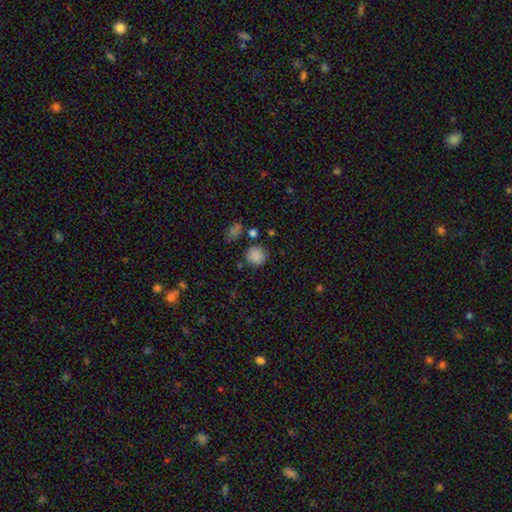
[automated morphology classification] Smooth or featured? smooth (85%)
How rounded? round (90%)
Merging? none (79%)